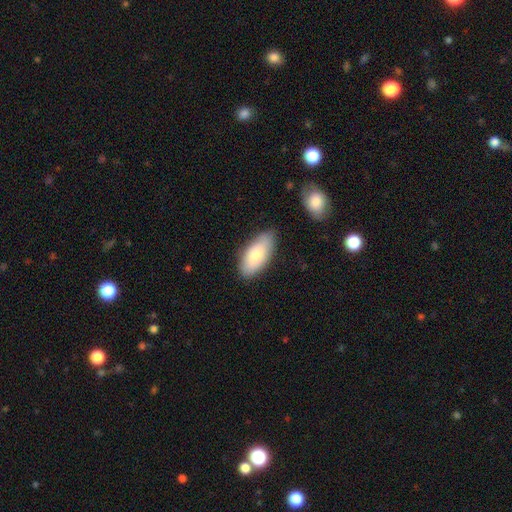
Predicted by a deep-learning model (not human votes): Smooth or featured? smooth (77%)
How rounded? in between (88%)
Merging? none (82%)